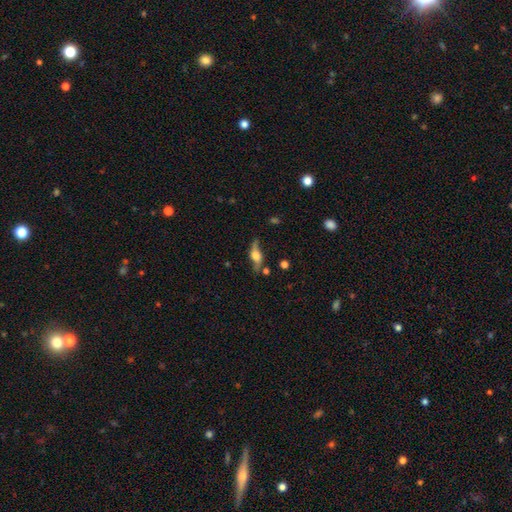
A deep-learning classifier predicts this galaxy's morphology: The model was most divided on "edge-on disk": yes: 67%, no: 33%. More confident: merging — none (66%); smooth or featured — featured or disk (65%).